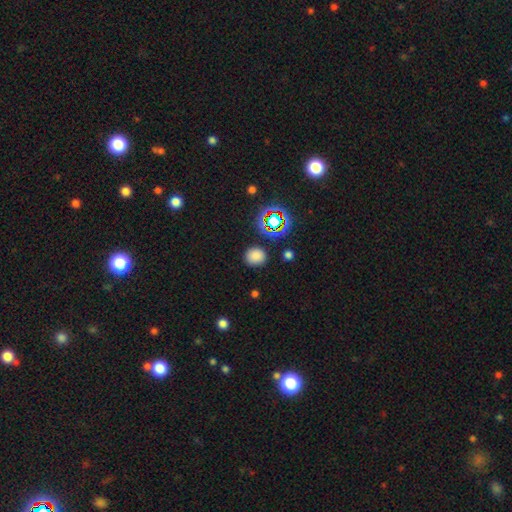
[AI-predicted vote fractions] Morphology: type=smooth (76%); roundness=round (72%); merging=none (85%).